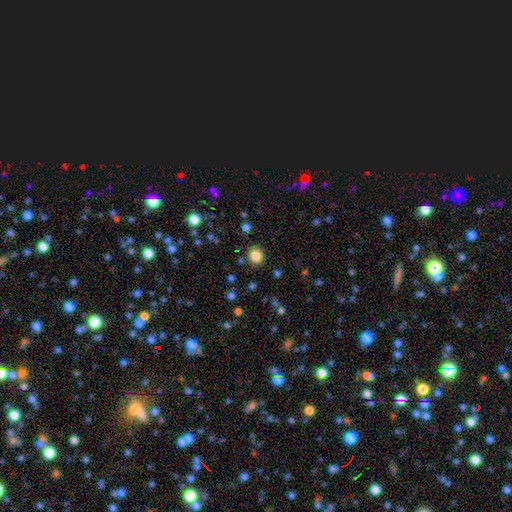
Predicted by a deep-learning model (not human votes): Smooth or featured? Predicted: smooth (p=0.84). How rounded? Predicted: round (p=0.81). Merging? Predicted: none (p=0.89).